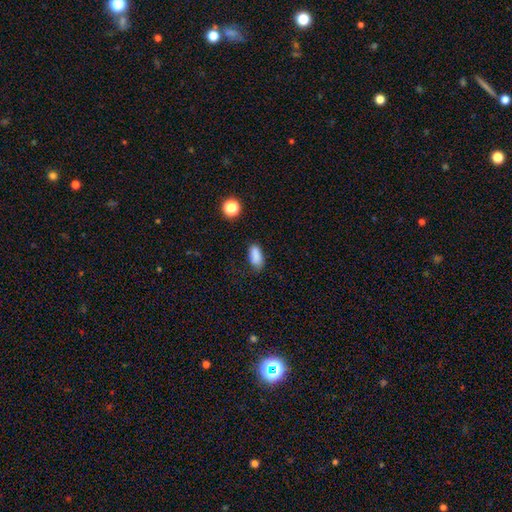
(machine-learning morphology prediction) smooth_or_featured: smooth (p=0.86) [alt: star or artifact p=0.10]
how_rounded: in between (p=0.85) [alt: cigar-shaped p=0.11]
merging: none (p=0.75) [alt: minor disturbance p=0.19]